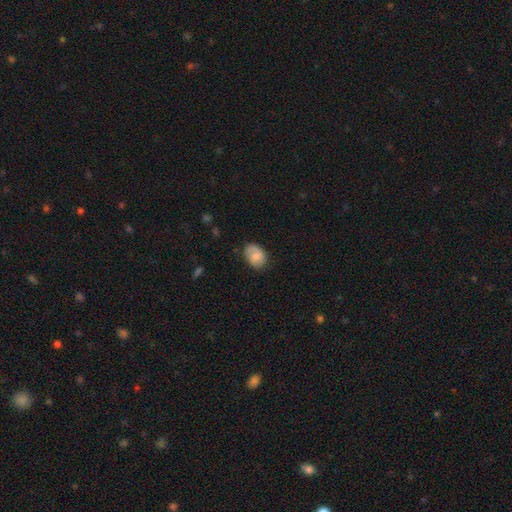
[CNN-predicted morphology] type=smooth (71%); roundness=in between (77%); merging=none (69%).